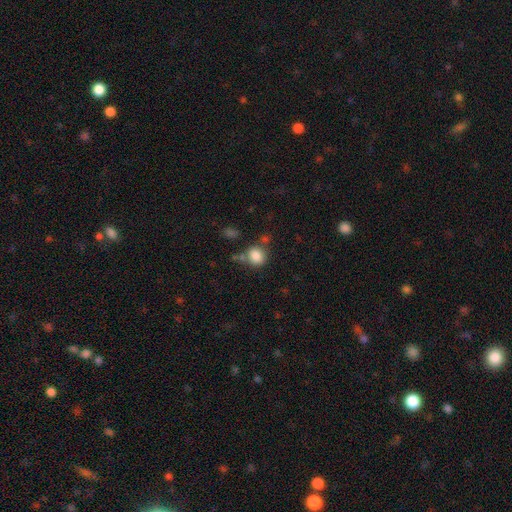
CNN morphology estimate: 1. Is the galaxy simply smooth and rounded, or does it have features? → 84% smooth, 10% star or artifact, 6% featured or disk.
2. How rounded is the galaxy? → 69% round, 30% in between, 1% cigar-shaped.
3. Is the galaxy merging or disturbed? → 66% none, 15% minor disturbance, 13% merger, 6% major disturbance.